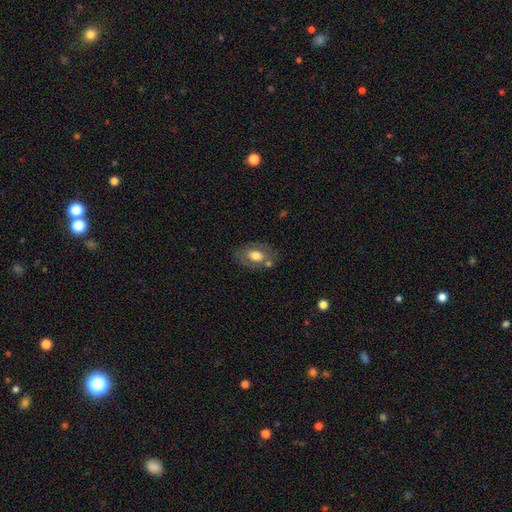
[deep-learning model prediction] smooth_or_featured: smooth (p=0.62) [alt: featured or disk p=0.31]
how_rounded: in between (p=0.83) [alt: round p=0.16]
merging: none (p=0.68) [alt: minor disturbance p=0.16]